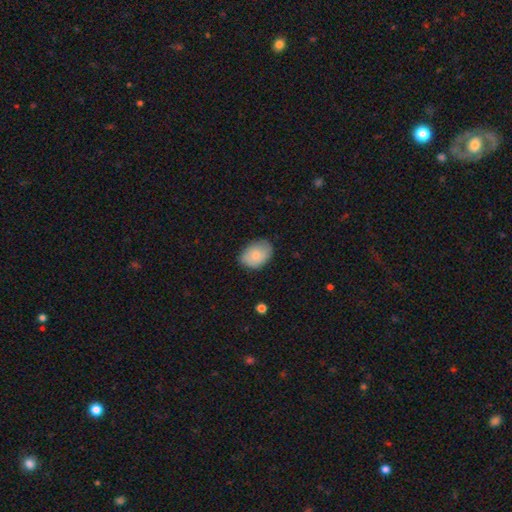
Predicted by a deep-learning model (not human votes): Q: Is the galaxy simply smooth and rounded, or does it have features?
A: smooth — 79%.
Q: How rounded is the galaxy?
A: in between — 76%.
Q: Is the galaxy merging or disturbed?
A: none — 75%.